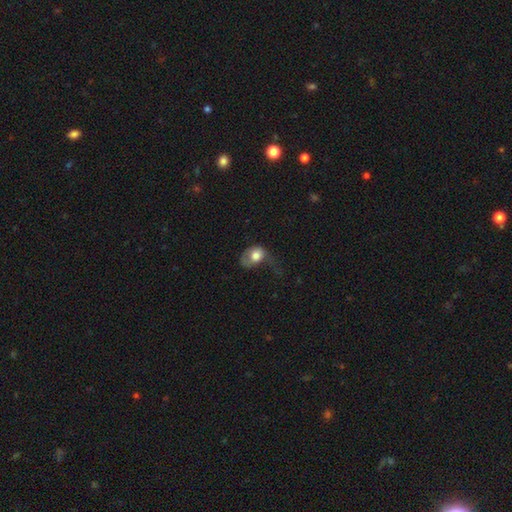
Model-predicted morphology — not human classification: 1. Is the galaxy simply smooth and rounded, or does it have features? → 70% smooth, 22% featured or disk, 8% star or artifact.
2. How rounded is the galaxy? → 61% in between, 38% round, 1% cigar-shaped.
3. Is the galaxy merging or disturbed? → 54% major disturbance, 25% minor disturbance, 17% none, 3% merger.